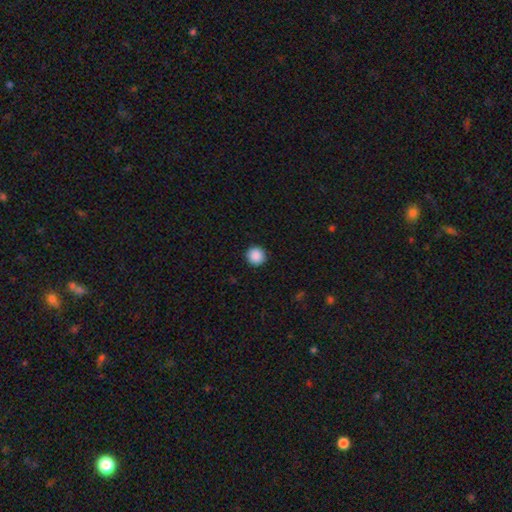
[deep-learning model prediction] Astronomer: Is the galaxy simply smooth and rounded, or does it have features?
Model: smooth — 89%.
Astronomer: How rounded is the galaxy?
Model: round — 95%.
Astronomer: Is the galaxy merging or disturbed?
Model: none — 93%.